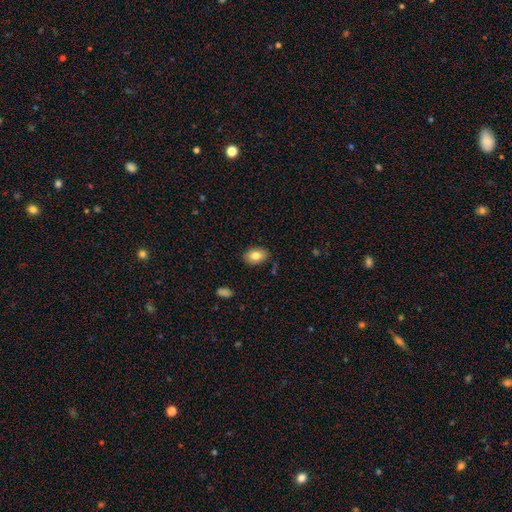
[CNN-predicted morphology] This is clearly a smooth galaxy (81%). How rounded: clearly in between (84%). Merging: clearly none (84%).